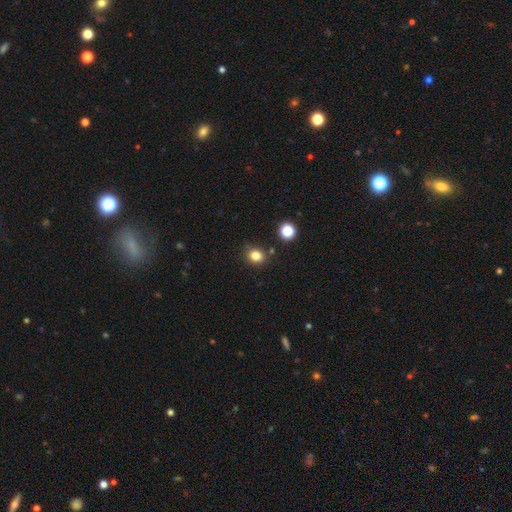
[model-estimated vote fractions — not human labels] Smooth or featured: smooth — 81% (star or artifact — 13%)
How rounded: round — 70% (in between — 29%)
Merging: none — 81% (minor disturbance — 11%)